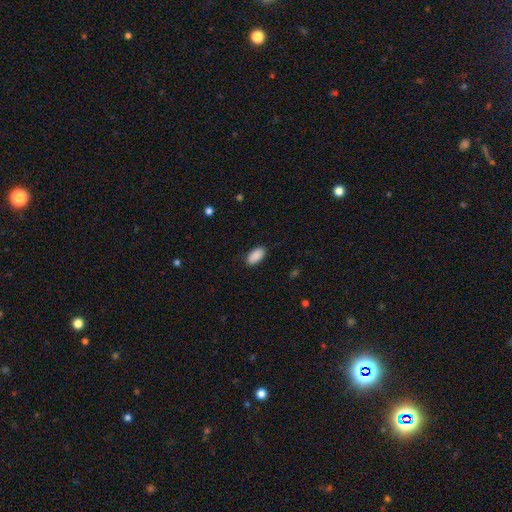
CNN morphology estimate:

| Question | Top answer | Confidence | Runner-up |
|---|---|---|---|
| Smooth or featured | smooth | 91% | star or artifact (6%) |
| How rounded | in between | 94% | cigar-shaped (4%) |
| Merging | none | 88% | minor disturbance (9%) |